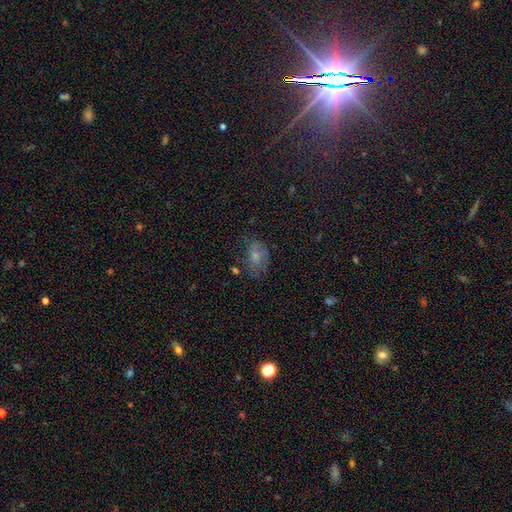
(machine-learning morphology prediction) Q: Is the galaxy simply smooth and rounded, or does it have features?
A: smooth — 61%.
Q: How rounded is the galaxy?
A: in between — 82%.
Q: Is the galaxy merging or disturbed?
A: none — 50%.